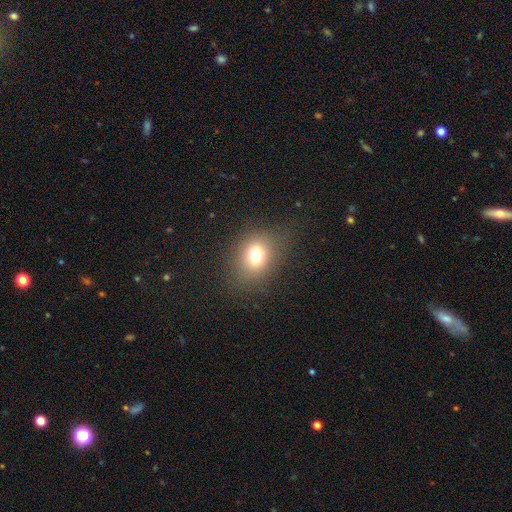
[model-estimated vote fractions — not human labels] smooth 72%, star or artifact 16%, featured or disk 12%. Down the decision tree: how rounded — round (50%); merging — none (81%).